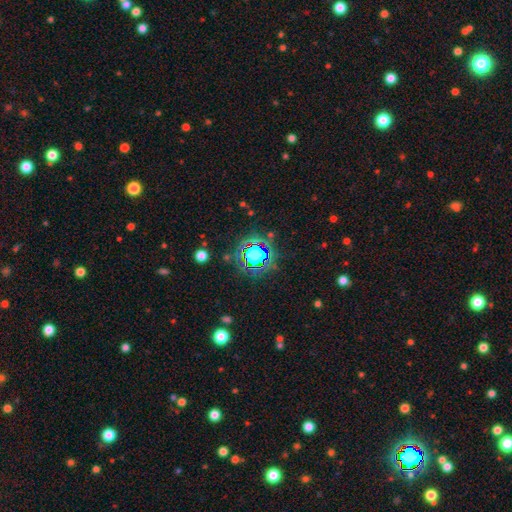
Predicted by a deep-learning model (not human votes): Smooth or featured? star or artifact (60%)